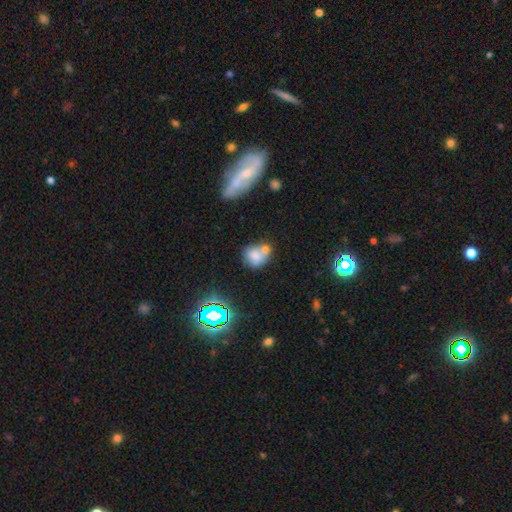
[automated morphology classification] smooth_or_featured: smooth (p=0.68) [alt: featured or disk p=0.17]
how_rounded: round (p=0.56) [alt: in between p=0.42]
merging: merger (p=0.46) [alt: none p=0.33]